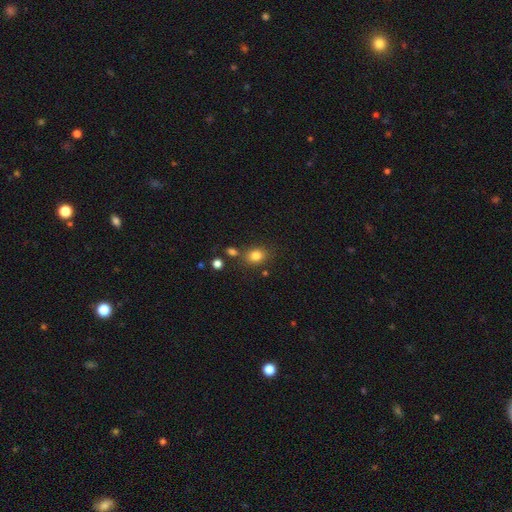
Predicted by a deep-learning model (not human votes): Overall: smooth (81%). How rounded: in between (53%; round 46%). Merging: none (72%).